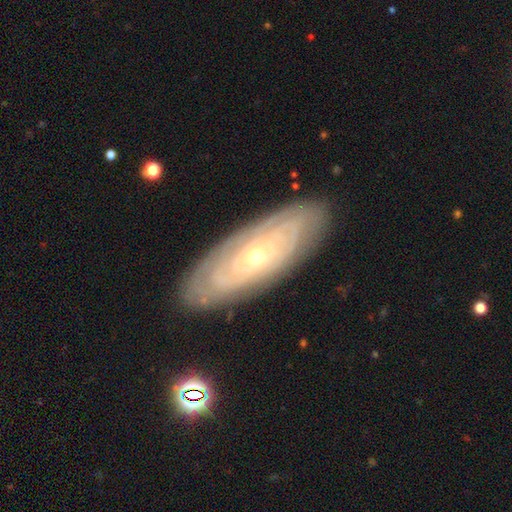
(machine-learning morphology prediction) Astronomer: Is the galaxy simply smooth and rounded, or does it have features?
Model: featured or disk — 81%.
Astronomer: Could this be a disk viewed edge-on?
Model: no — 88%.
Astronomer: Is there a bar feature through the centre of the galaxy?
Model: no — 81%.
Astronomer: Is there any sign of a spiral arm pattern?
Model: yes — 87%.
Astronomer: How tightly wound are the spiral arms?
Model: tight — 83%.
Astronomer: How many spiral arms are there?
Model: can't tell — 55%.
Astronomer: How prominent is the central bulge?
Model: small — 56% (runner-up: moderate, 40%).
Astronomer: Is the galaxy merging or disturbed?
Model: none — 83%.